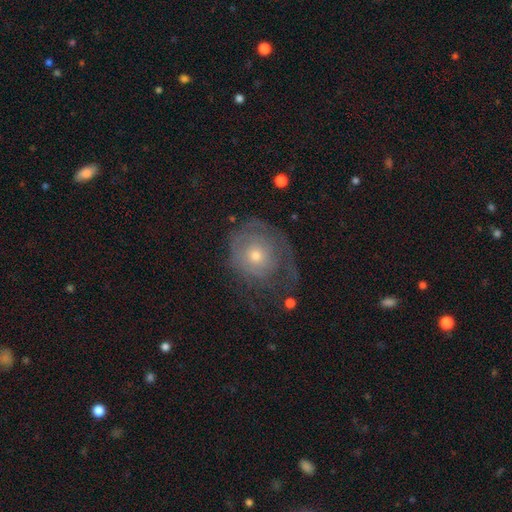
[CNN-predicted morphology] type=featured or disk (60%); edge-on=no (96%); bar=no (86%); spiral arms=yes (64%); bulge=small (55%); merging=none (48%).